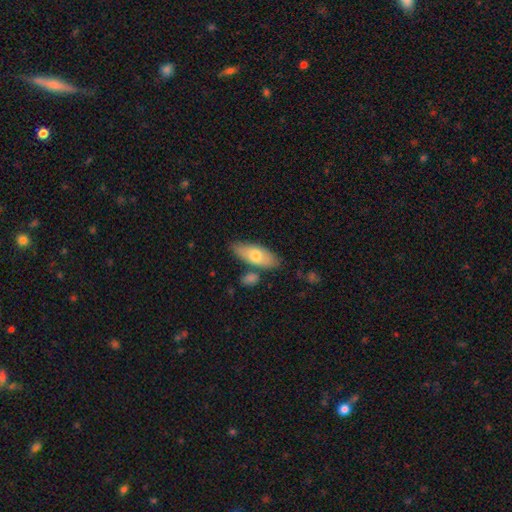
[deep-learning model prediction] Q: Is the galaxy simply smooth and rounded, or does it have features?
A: smooth — 67%.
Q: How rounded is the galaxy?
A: in between — 73%.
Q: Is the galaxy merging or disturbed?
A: none — 75%.